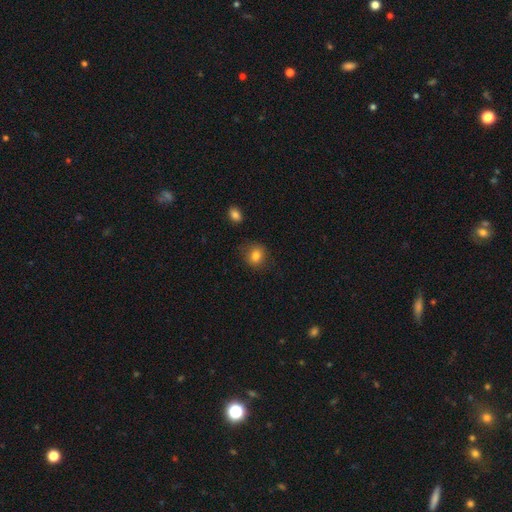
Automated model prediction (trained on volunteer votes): A smooth galaxy with no disk features (82%) that is round (66%). Merging: none (76%).